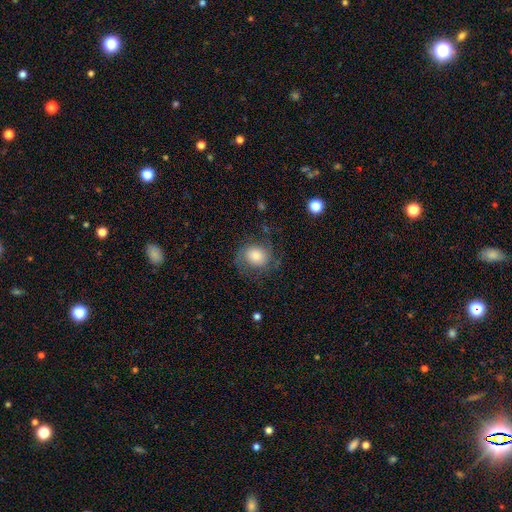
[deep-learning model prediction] The model was most divided on "smooth or featured": smooth: 52%, featured or disk: 39%, star or artifact: 9%. More confident: how rounded — round (68%); merging — none (65%).